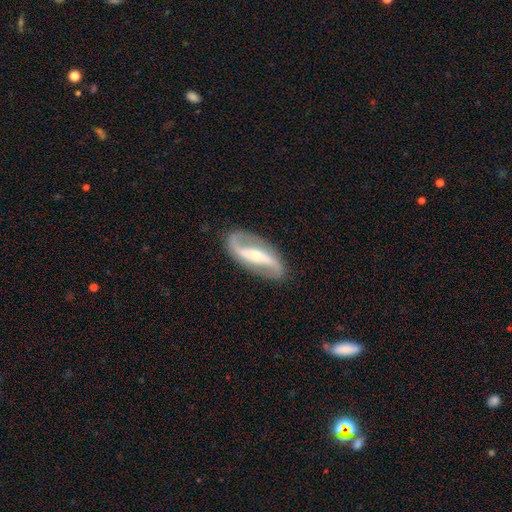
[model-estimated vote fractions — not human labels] Smooth or featured? featured or disk (89%)
Edge-on disk? no (94%)
Bar? strong (50%)
Spiral arms? yes (96%)
Spiral winding? loose (62%)
Spiral arm count? 2 (93%)
Bulge size? small (54%)
Merging? none (86%)